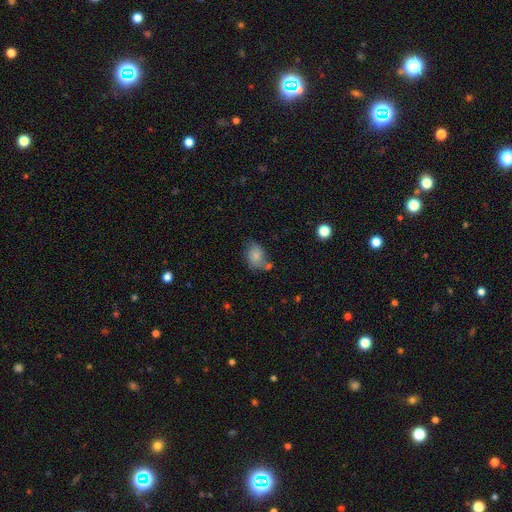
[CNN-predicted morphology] Smooth or featured? smooth (75%)
How rounded? in between (72%)
Merging? none (49%)